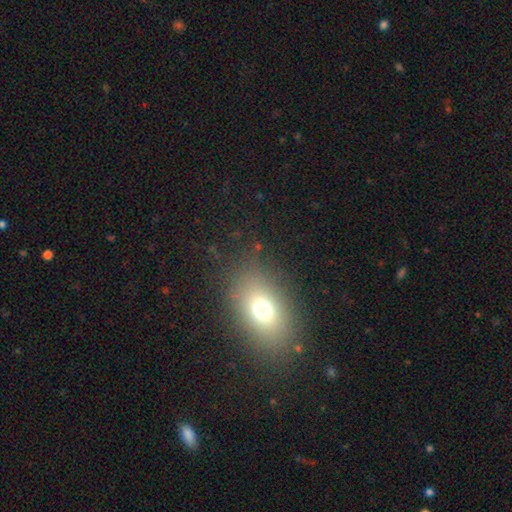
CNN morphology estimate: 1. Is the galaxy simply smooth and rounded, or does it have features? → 71% smooth, 16% star or artifact, 13% featured or disk.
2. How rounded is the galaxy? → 78% in between, 19% round, 3% cigar-shaped.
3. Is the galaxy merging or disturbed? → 88% none, 8% minor disturbance, 3% major disturbance, 1% merger.